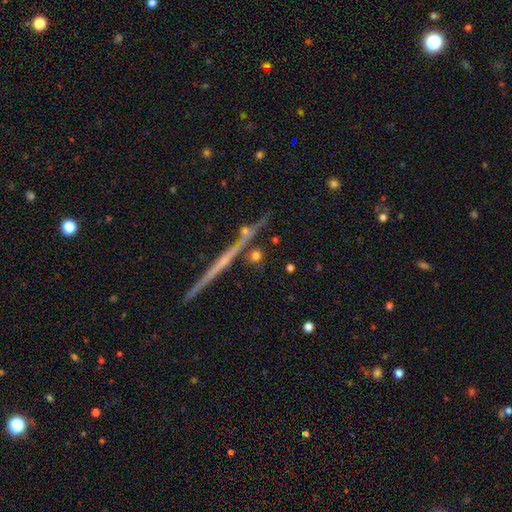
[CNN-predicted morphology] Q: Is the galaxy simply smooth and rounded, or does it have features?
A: smooth — 57%.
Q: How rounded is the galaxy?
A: round — 83%.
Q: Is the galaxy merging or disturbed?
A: none — 78%.